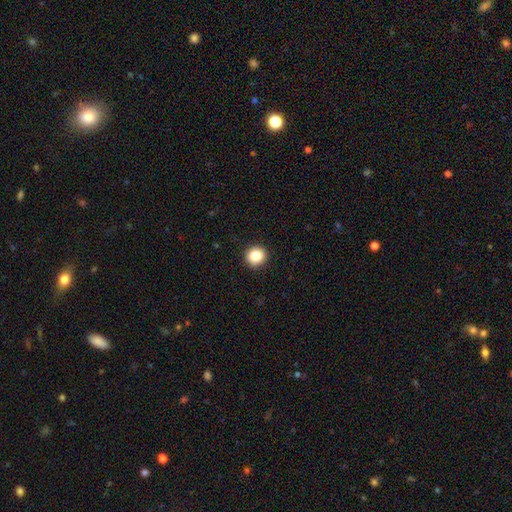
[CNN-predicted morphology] Overall: smooth (85%). How rounded: round (92%). Merging: none (92%).